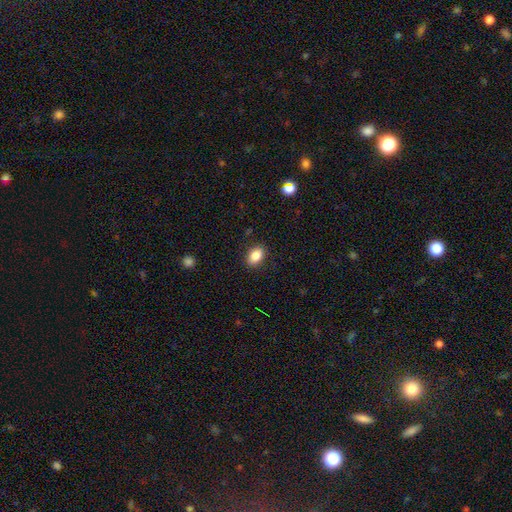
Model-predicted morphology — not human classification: smooth-or-featured: smooth: 86% | star or artifact: 9% | featured or disk: 5%
  how-rounded: in between: 84% | round: 15% | cigar-shaped: 1%
  merging: none: 88% | minor disturbance: 8% | major disturbance: 2% | merger: 1%